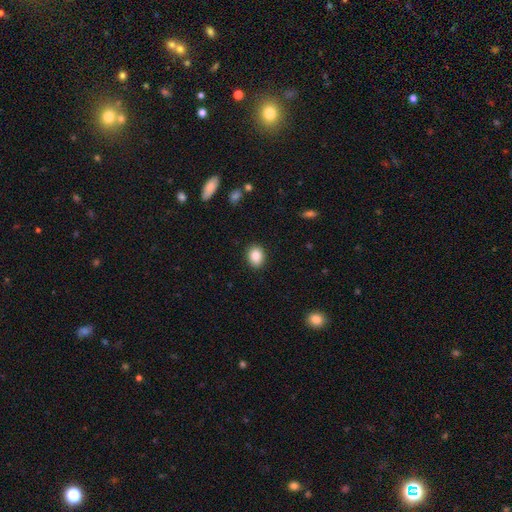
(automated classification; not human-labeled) smooth 86%, star or artifact 8%, featured or disk 6%. Down the decision tree: how rounded — in between (57%); merging — none (89%).